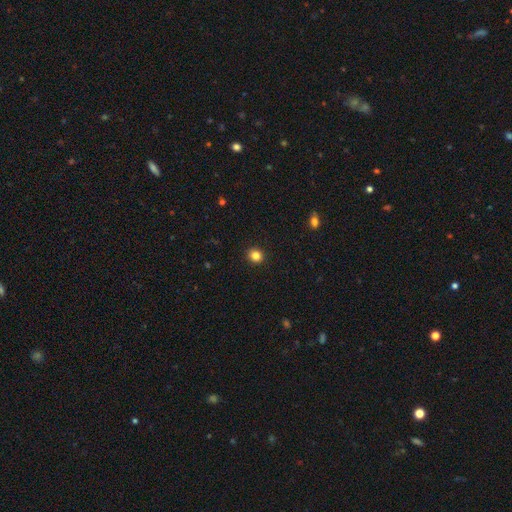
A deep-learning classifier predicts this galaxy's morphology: A smooth galaxy with no disk features (84%) that is round (86%). Merging: none (93%).